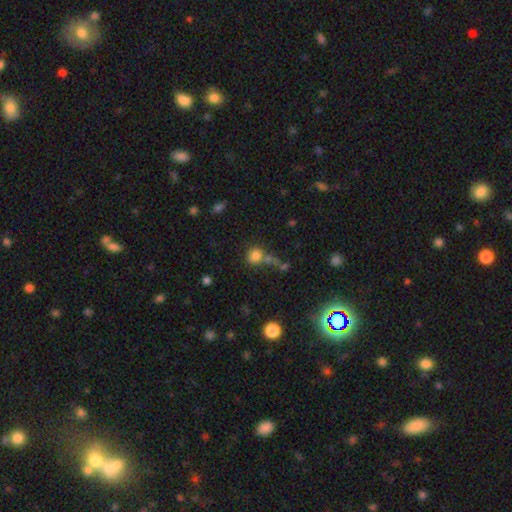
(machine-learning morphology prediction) This appears to be a smooth galaxy with no disk features (77%) that is round (82%). Merging: none (53%).